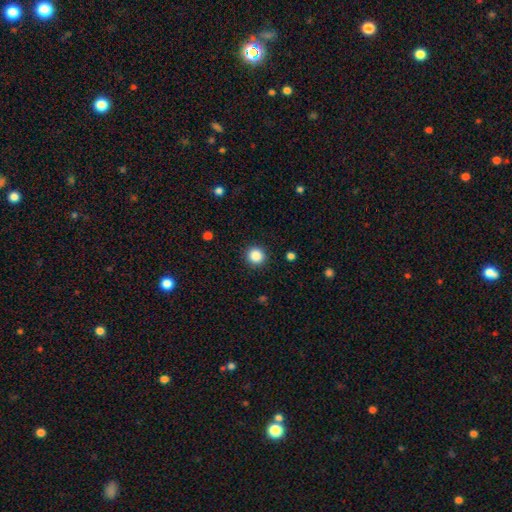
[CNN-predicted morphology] smooth-or-featured: smooth: 87% | star or artifact: 10% | featured or disk: 3%
  how-rounded: round: 94% | in between: 6% | cigar-shaped: 1%
  merging: none: 91% | minor disturbance: 6% | major disturbance: 2% | merger: 1%